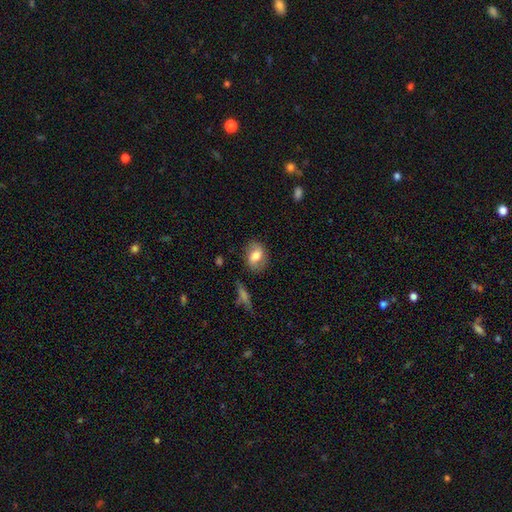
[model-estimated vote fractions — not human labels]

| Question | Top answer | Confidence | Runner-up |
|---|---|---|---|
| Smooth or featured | smooth | 67% | featured or disk (25%) |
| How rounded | in between | 68% | round (30%) |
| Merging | none | 79% | minor disturbance (14%) |